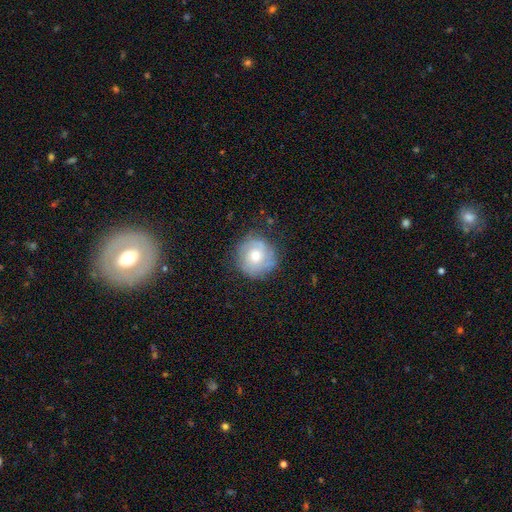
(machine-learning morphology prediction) A featured or disk galaxy (55%) with no bar (80%), spiral arms (77%) and a moderate central bulge (59%). Merging: none (77%).